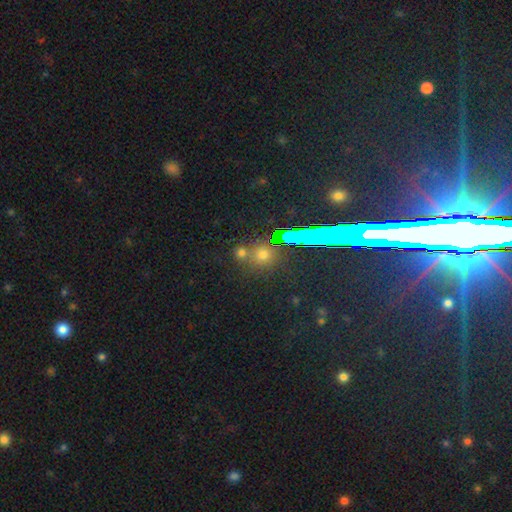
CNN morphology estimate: Smooth or featured? Predicted: star or artifact (p=0.58).